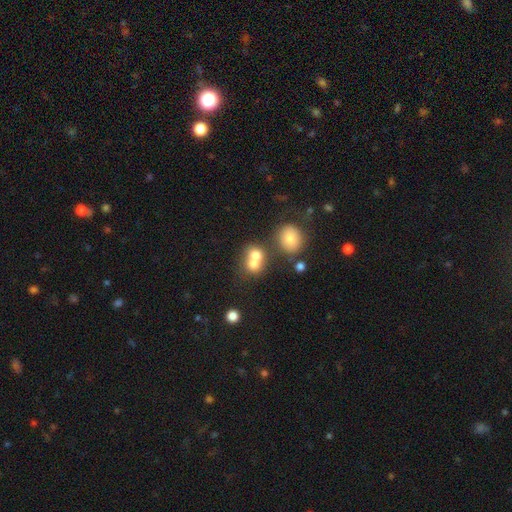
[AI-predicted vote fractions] smooth 72%, featured or disk 16%, star or artifact 12%. Down the decision tree: how rounded — round (69%); merging — merger (62%).